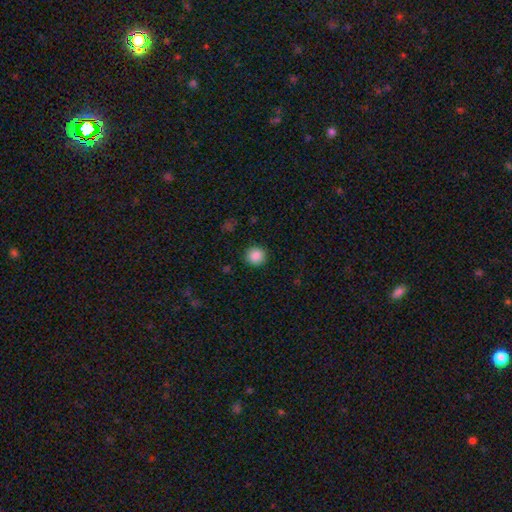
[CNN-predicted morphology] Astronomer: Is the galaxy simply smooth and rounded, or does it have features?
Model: smooth — 88%.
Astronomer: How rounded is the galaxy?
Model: round — 93%.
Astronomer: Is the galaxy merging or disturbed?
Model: none — 91%.